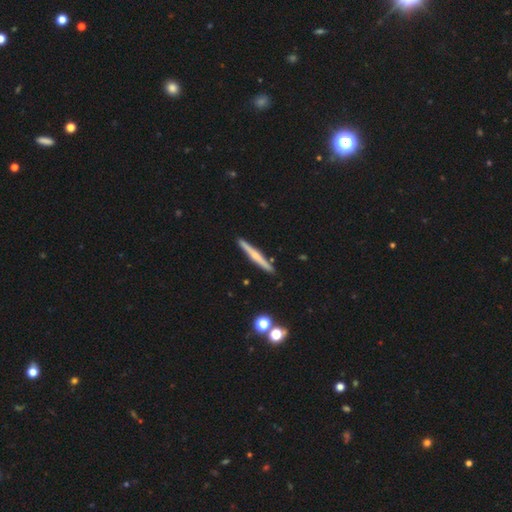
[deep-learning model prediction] Smooth or featured? Predicted: featured or disk (p=0.56). Edge-on disk? Predicted: yes (p=0.97). Edge-on bulge? Predicted: rounded (p=0.59). Merging? Predicted: none (p=0.91).